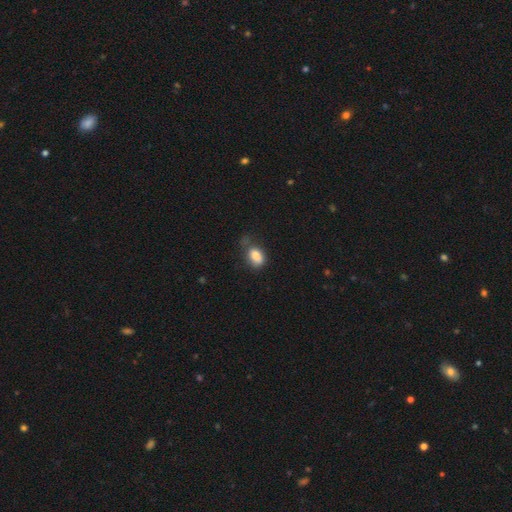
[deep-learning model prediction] This appears to be a smooth galaxy with no disk features (83%) that is in between round and cigar-shaped (82%). Merging: none (45%).